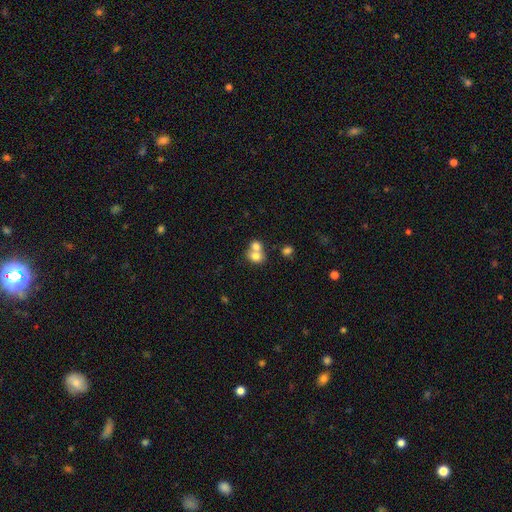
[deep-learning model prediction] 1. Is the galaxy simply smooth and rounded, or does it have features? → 73% smooth, 17% featured or disk, 10% star or artifact.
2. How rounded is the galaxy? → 63% round, 36% in between, 1% cigar-shaped.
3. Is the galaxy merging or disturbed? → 66% merger, 26% none, 6% minor disturbance, 3% major disturbance.